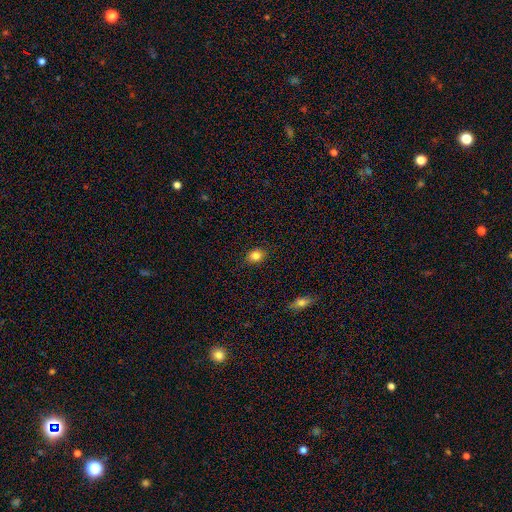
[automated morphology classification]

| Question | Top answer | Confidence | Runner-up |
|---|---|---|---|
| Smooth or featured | smooth | 85% | star or artifact (11%) |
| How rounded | round | 52% | in between (46%) |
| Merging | none | 88% | minor disturbance (8%) |